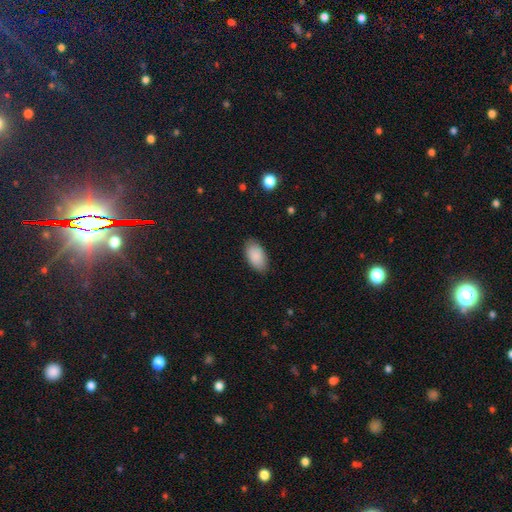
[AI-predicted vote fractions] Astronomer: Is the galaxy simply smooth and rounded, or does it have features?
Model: smooth — 89%.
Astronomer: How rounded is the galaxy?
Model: in between — 95%.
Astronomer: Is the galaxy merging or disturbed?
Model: none — 85%.